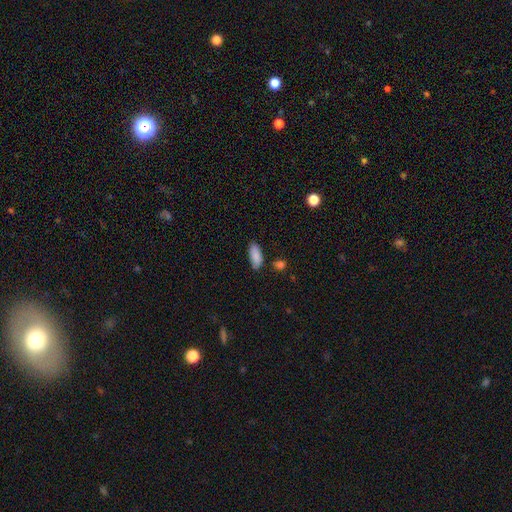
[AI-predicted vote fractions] This appears to be a smooth galaxy with no disk features (88%) that is in between round and cigar-shaped (82%). Merging: none (76%).